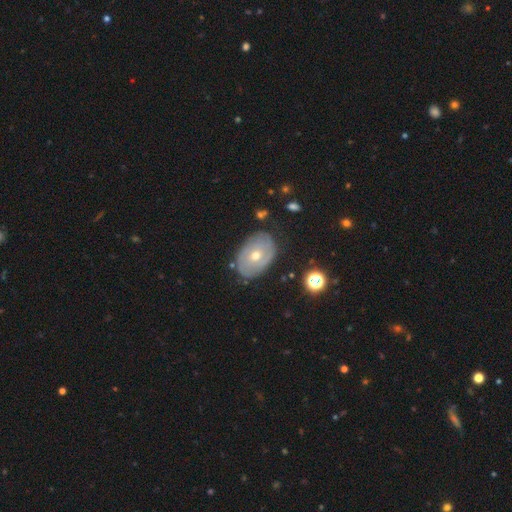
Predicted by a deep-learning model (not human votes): Smooth or featured?
  - featured or disk: 64% *
  - smooth: 28%
  - star or artifact: 8%
Edge-on disk?
  - no: 93% *
  - yes: 7%
Bar?
  - no: 80% *
  - weak: 16%
  - strong: 4%
Spiral arms?
  - yes: 60% *
  - no: 40%
Bulge size?
  - moderate: 55% *
  - small: 42%
  - large: 1%
  - none: 1%
  - dominant: 1%
Merging?
  - none: 78% *
  - minor disturbance: 16%
  - major disturbance: 4%
  - merger: 2%